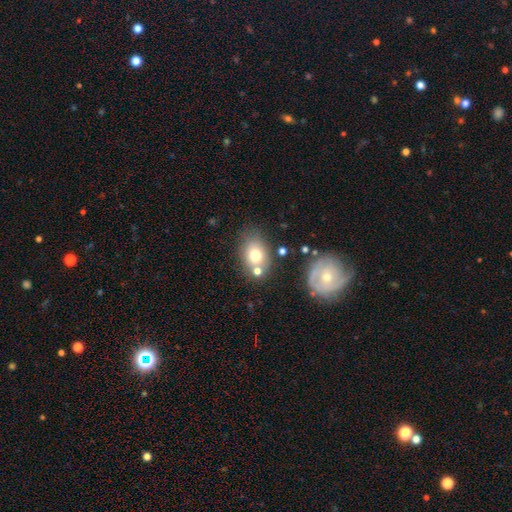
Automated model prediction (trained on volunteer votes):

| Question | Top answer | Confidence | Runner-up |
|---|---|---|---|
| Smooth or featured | smooth | 72% | featured or disk (18%) |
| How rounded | in between | 69% | round (29%) |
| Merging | none | 60% | merger (19%) |